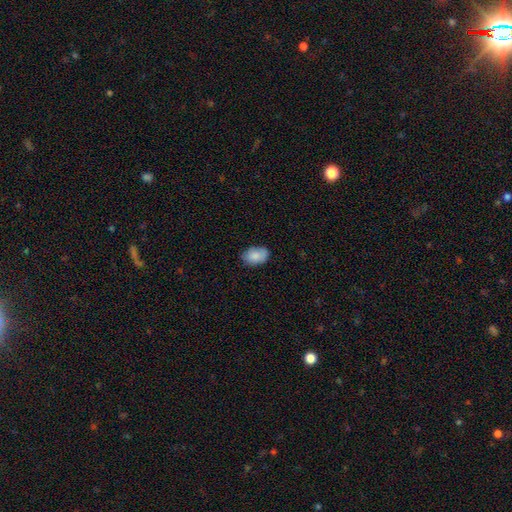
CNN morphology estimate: Smooth or featured: smooth — 85% (featured or disk — 8%)
How rounded: in between — 85% (round — 14%)
Merging: none — 73% (minor disturbance — 22%)